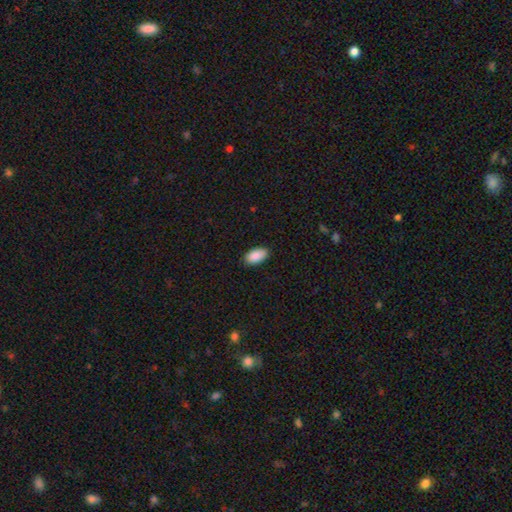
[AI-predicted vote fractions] Smooth or featured? Predicted: smooth (p=0.90). How rounded? Predicted: in between (p=0.95). Merging? Predicted: none (p=0.88).